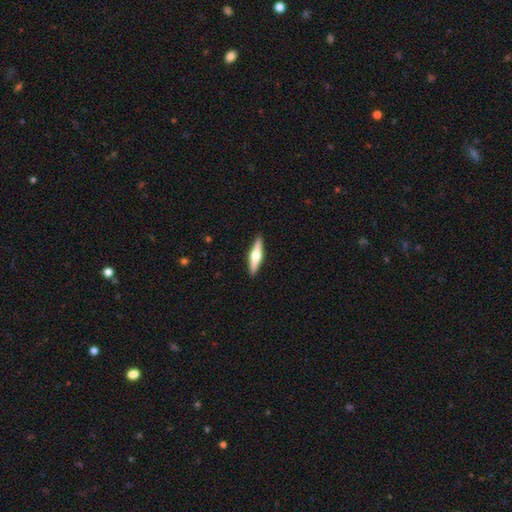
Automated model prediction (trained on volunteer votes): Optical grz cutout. It shows a featured or disk galaxy (64%) viewed edge-on (97%) with a rounded central bulge (95%). Merging: none (91%).